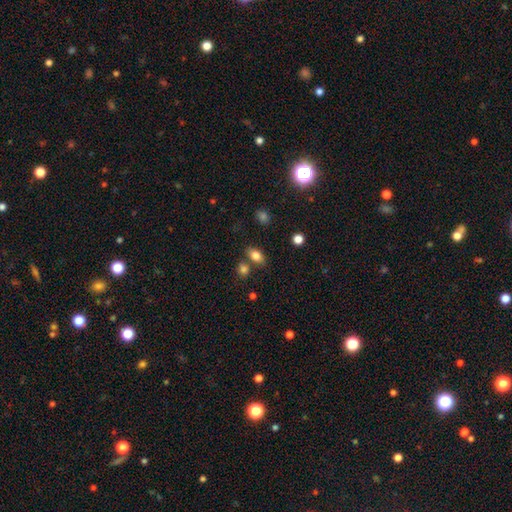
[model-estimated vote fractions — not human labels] A smooth galaxy with no disk features (81%) that is in between round and cigar-shaped (84%). Merging: none (69%).